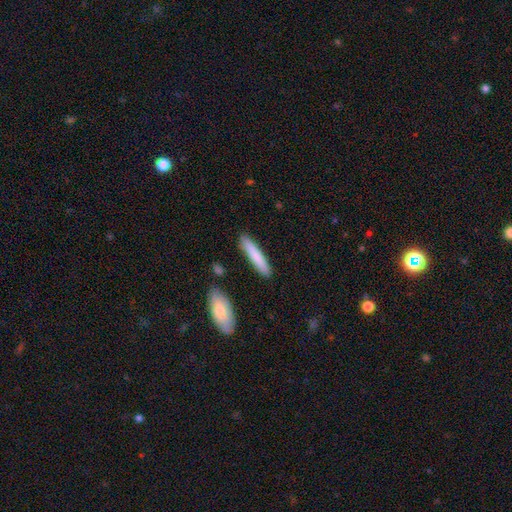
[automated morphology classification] smooth_or_featured: smooth (p=0.78) [alt: featured or disk p=0.17]
how_rounded: cigar-shaped (p=0.90) [alt: in between p=0.09]
merging: none (p=0.87) [alt: minor disturbance p=0.08]